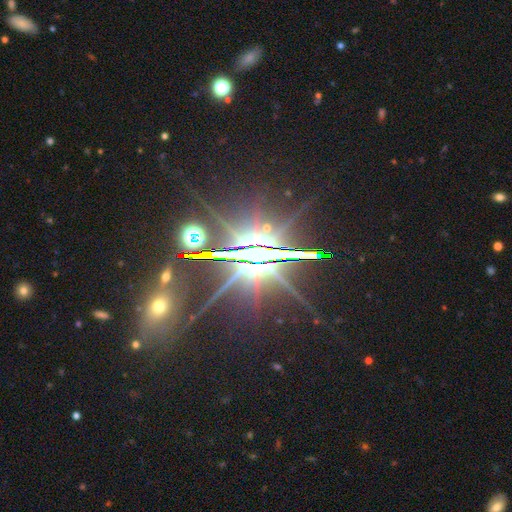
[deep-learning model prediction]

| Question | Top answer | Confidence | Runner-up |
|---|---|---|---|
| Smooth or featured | star or artifact | 79% | featured or disk (16%) |